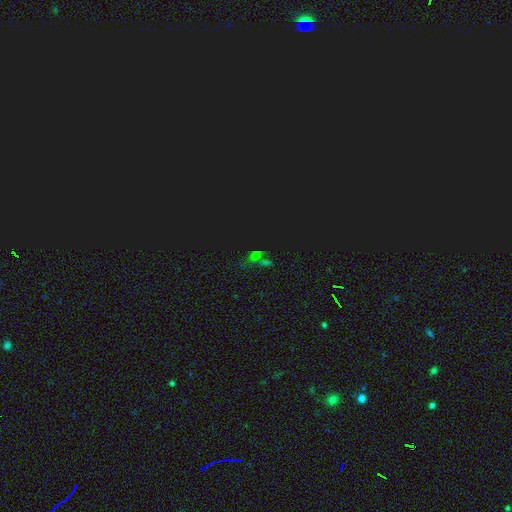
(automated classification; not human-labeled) Smooth or featured: star or artifact — 67% (smooth — 23%)